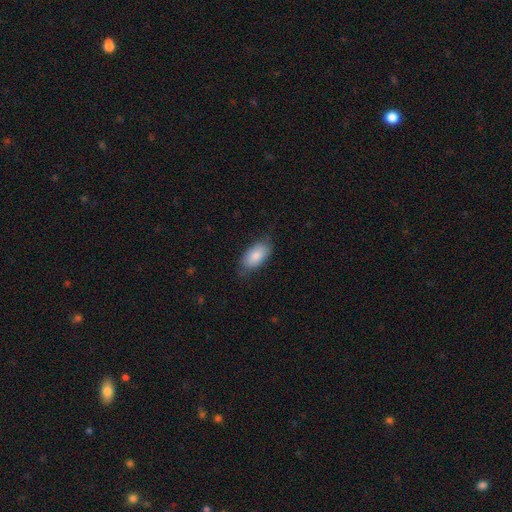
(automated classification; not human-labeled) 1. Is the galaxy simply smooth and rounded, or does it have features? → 84% smooth, 10% featured or disk, 6% star or artifact.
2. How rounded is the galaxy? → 94% in between, 4% cigar-shaped, 3% round.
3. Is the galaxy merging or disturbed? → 72% none, 22% minor disturbance, 5% major disturbance, 1% merger.